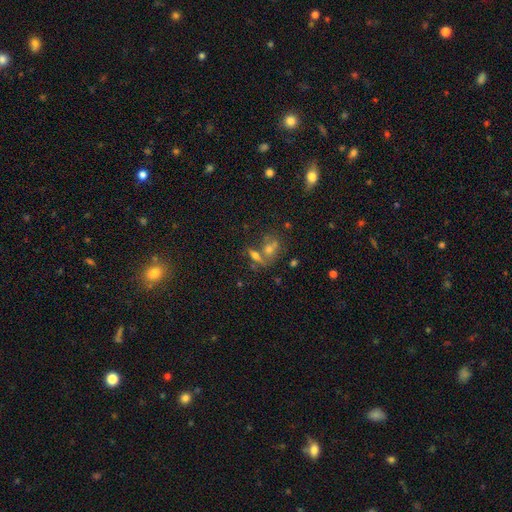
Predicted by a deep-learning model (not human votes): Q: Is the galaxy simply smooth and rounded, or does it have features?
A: smooth — 49%.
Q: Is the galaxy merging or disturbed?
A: none — 46%.